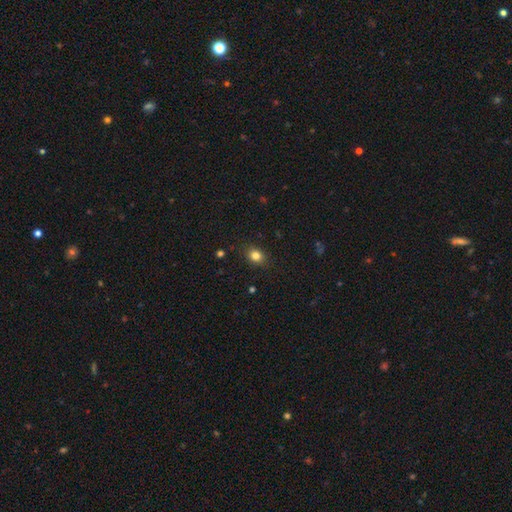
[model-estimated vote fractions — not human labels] Smooth or featured? smooth (82%)
How rounded? round (52%)
Merging? none (88%)